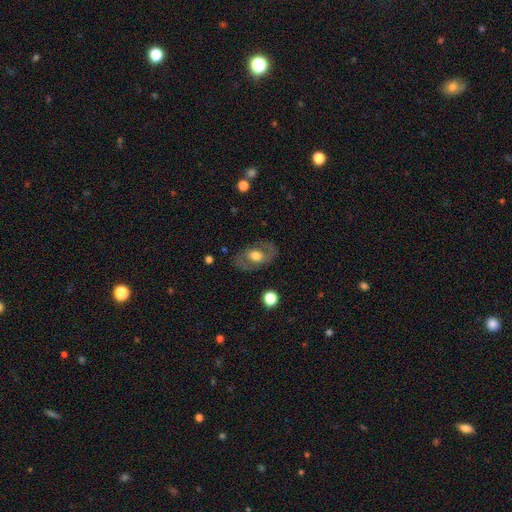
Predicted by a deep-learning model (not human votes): This appears to be a featured or disk galaxy (56%) with no bar (73%), no spiral arms (57%) and a moderate central bulge (50%). Merging: none (79%).